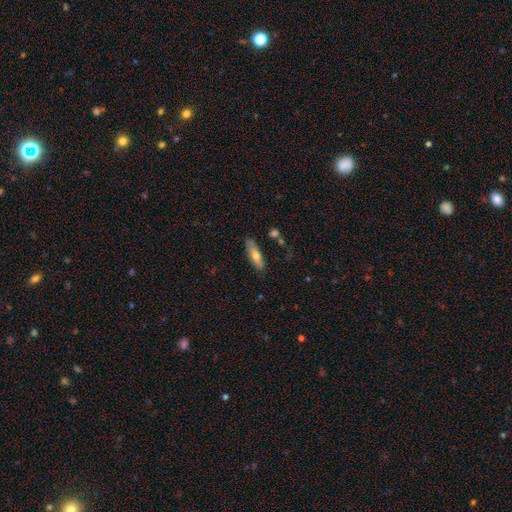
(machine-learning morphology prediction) Smooth or featured?
  - smooth: 64% *
  - featured or disk: 30%
  - star or artifact: 6%
How rounded?
  - cigar-shaped: 53% *
  - in between: 45%
  - round: 2%
Merging?
  - none: 79% *
  - minor disturbance: 15%
  - merger: 3%
  - major disturbance: 3%